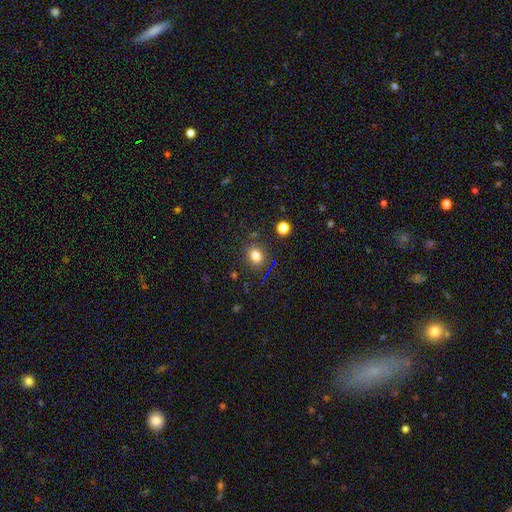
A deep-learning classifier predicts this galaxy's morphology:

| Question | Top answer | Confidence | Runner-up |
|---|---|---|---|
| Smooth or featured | smooth | 78% | star or artifact (15%) |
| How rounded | round | 57% | in between (42%) |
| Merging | none | 83% | minor disturbance (10%) |